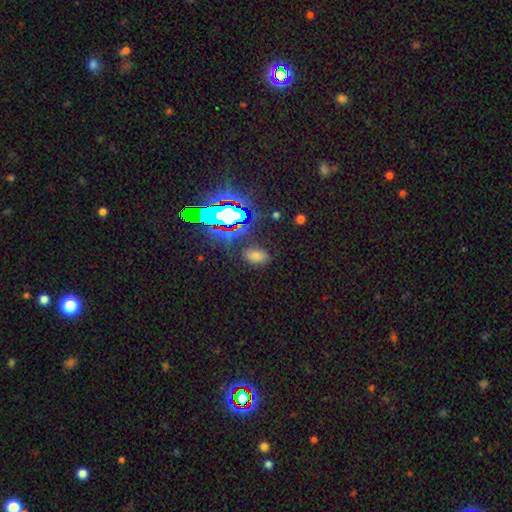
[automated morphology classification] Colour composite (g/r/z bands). It shows a smooth galaxy with no disk features (64%) that is in between round and cigar-shaped (87%). Merging: none (81%).